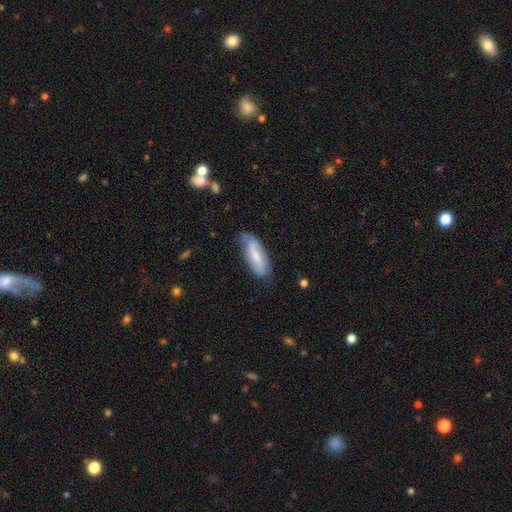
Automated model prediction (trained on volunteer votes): Smooth or featured?
  - smooth: 51% *
  - featured or disk: 43%
  - star or artifact: 6%
How rounded?
  - in between: 68% *
  - cigar-shaped: 30%
  - round: 2%
Merging?
  - none: 67% *
  - minor disturbance: 26%
  - major disturbance: 5%
  - merger: 2%